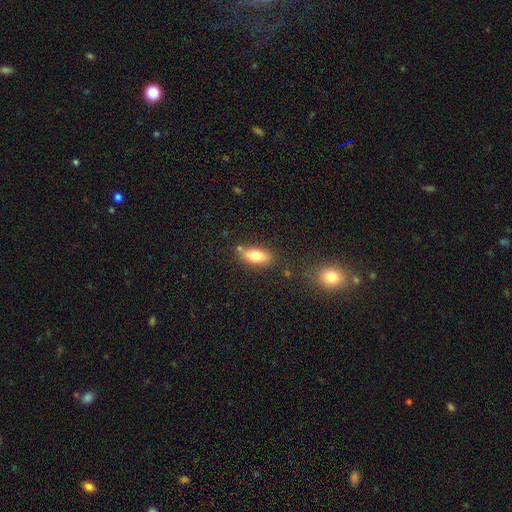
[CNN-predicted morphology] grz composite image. It shows a smooth galaxy with no disk features (73%) that is in between round and cigar-shaped (81%). Merging: none (76%).